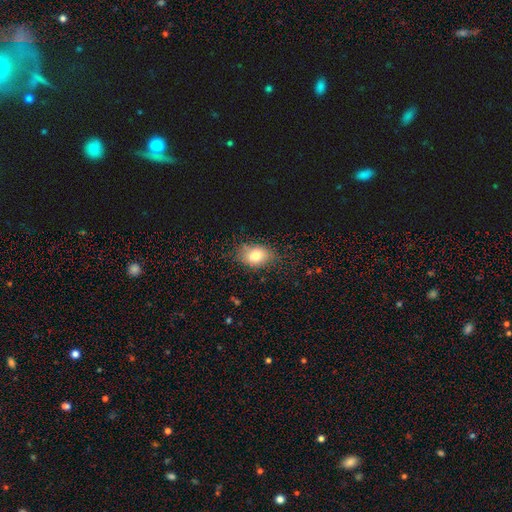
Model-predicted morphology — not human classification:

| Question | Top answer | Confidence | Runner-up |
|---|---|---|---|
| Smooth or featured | smooth | 77% | featured or disk (12%) |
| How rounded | in between | 70% | round (29%) |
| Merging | none | 79% | minor disturbance (16%) |